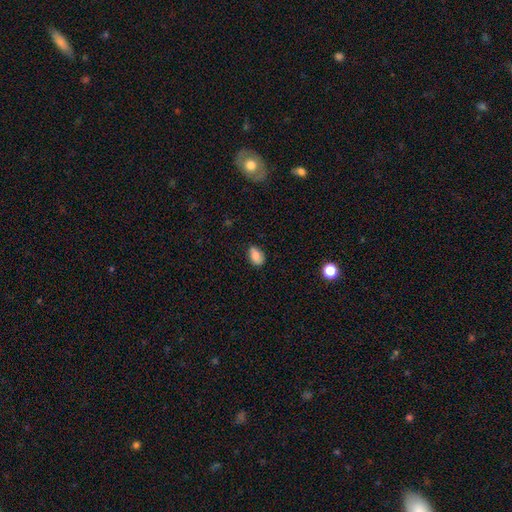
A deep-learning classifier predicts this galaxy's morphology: A smooth galaxy with no disk features (78%) that is in between round and cigar-shaped (87%).

Vote fractions:
- Smooth or featured? smooth: 78% / featured or disk: 14% / star or artifact: 8%
- How rounded? in between: 87% / round: 11% / cigar-shaped: 2%
- Merging? none: 77% / minor disturbance: 18% / major disturbance: 3% / merger: 1%